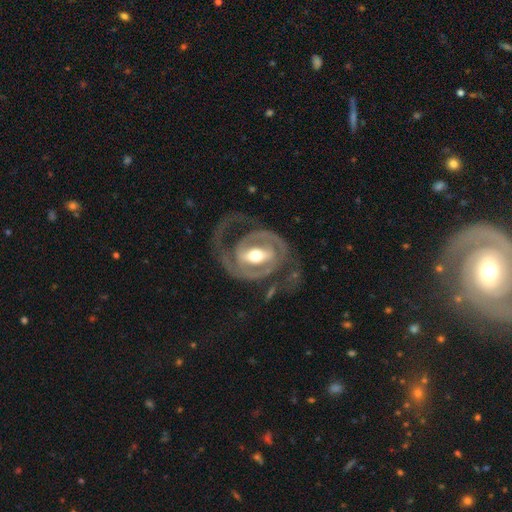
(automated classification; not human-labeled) Morphology: type=featured or disk (89%); edge-on=no (96%); bar=strong (59%); spiral arms=yes (89%); winding=medium (44%); arm count=2 (84%); bulge=moderate (71%); merging=none (62%).